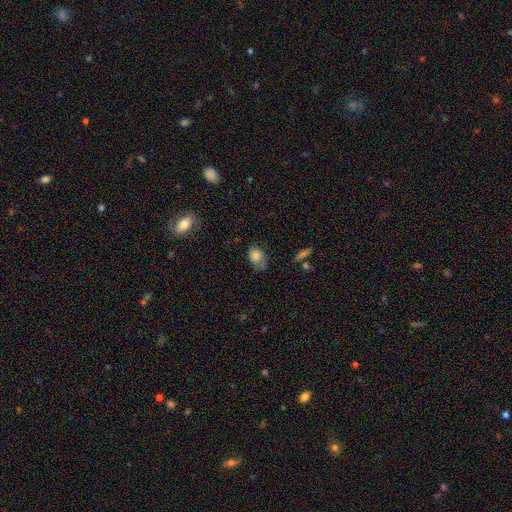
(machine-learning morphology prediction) Smooth or featured? smooth (79%)
How rounded? in between (78%)
Merging? none (48%)